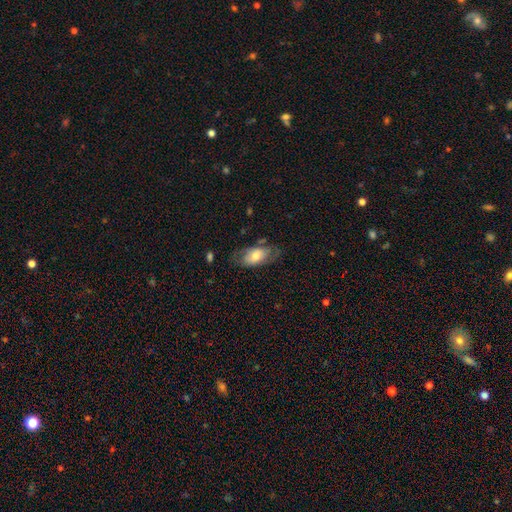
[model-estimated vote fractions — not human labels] This appears to be a smooth galaxy with no disk features (57%) that is in between round and cigar-shaped (89%). Merging: none (64%).